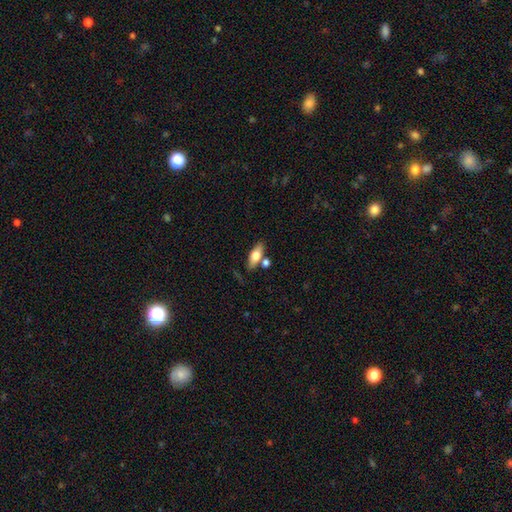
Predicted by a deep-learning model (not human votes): Overall: smooth (67%). How rounded: in between (74%). Merging: none (68%).